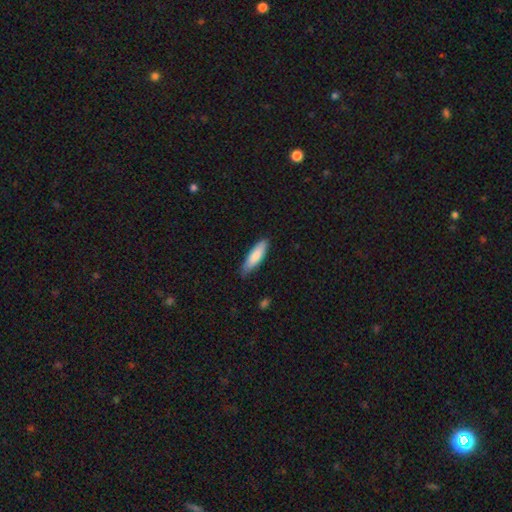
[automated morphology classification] Q: Smooth or featured?
A: smooth (84%); runner-up: featured or disk (11%)
Q: How rounded?
A: cigar-shaped (60%); runner-up: in between (39%)
Q: Merging?
A: none (78%); runner-up: minor disturbance (19%)